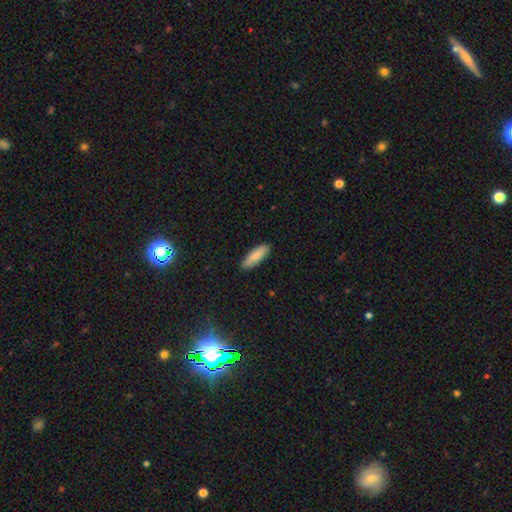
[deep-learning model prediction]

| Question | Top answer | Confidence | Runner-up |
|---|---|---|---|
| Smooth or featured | smooth | 86% | featured or disk (8%) |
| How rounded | in between | 53% | cigar-shaped (45%) |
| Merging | none | 88% | minor disturbance (9%) |